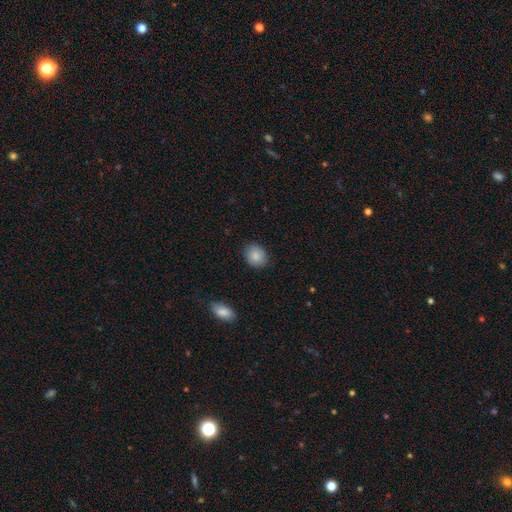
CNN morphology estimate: This is clearly a smooth galaxy (87%). How rounded: possibly round (52%). Merging: clearly none (86%).